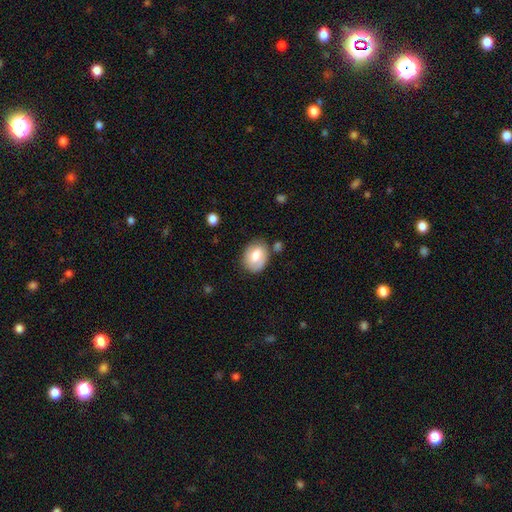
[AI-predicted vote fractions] Smooth or featured?
  - smooth: 71% *
  - featured or disk: 22%
  - star or artifact: 7%
How rounded?
  - in between: 66% *
  - round: 33%
  - cigar-shaped: 1%
Merging?
  - none: 71% *
  - minor disturbance: 19%
  - major disturbance: 5%
  - merger: 5%